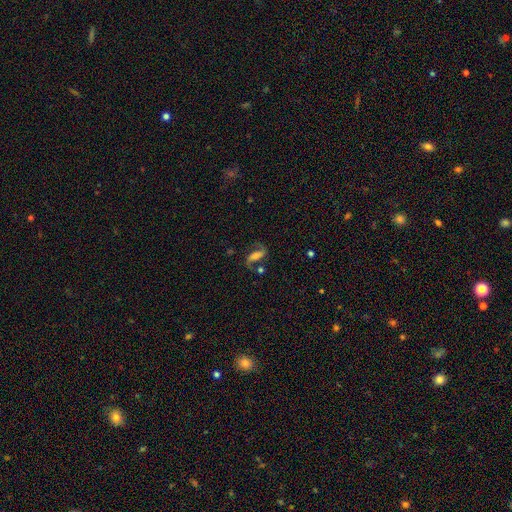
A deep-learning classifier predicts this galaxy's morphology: Q: Smooth or featured?
A: featured or disk (77%); runner-up: smooth (14%)
Q: Edge-on disk?
A: no (95%); runner-up: yes (5%)
Q: Bar?
A: strong (37%); runner-up: weak (35%)
Q: Spiral arms?
A: yes (94%); runner-up: no (6%)
Q: Spiral winding?
A: loose (59%); runner-up: medium (33%)
Q: Spiral arm count?
A: 2 (91%); runner-up: 1 (4%)
Q: Bulge size?
A: moderate (35%); runner-up: small (27%)
Q: Merging?
A: none (62%); runner-up: minor disturbance (16%)